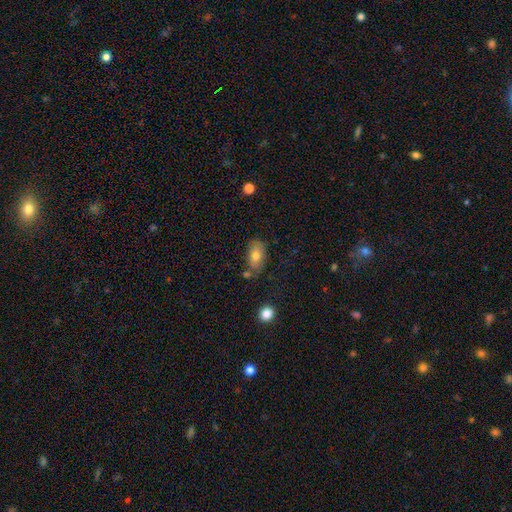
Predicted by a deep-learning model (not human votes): smooth_or_featured: smooth (p=0.75) [alt: featured or disk p=0.17]
how_rounded: in between (p=0.89) [alt: round p=0.07]
merging: none (p=0.67) [alt: minor disturbance p=0.20]